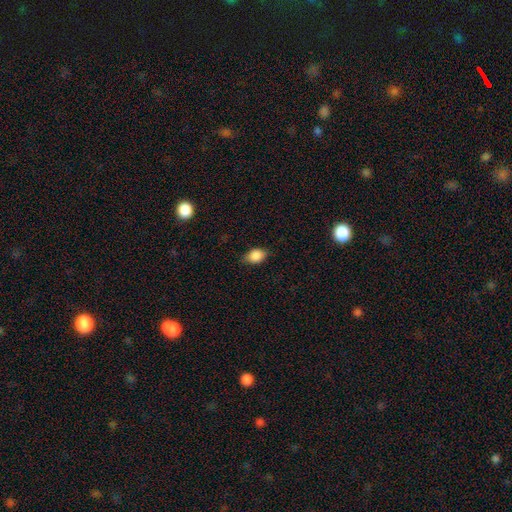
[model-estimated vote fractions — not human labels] smooth 87%, star or artifact 8%, featured or disk 5%. Down the decision tree: how rounded — in between (76%); merging — none (77%).